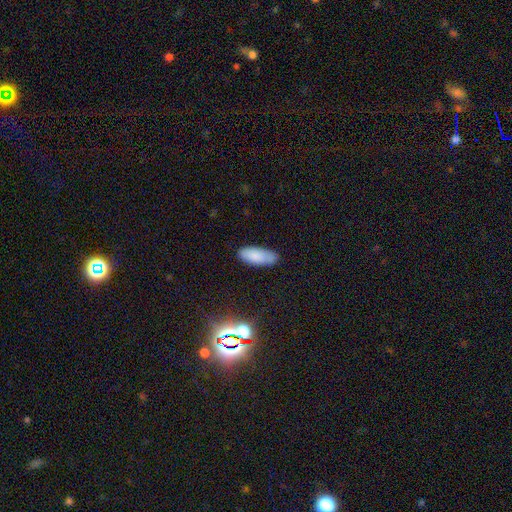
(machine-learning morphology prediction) This is clearly a smooth galaxy (84%). How rounded: likely in between (76%). Merging: likely none (80%).